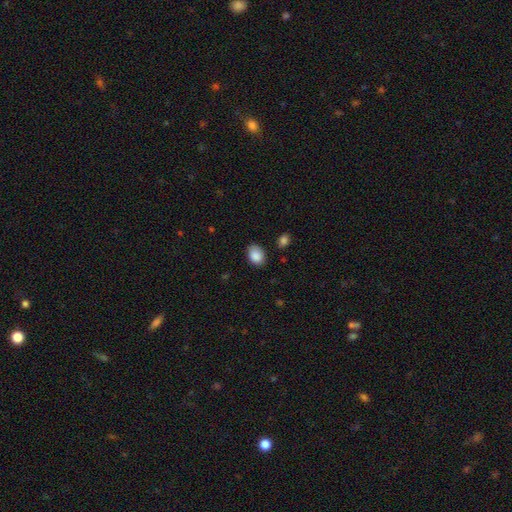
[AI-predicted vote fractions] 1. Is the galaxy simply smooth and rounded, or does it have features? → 88% smooth, 8% star or artifact, 4% featured or disk.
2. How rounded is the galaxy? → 73% in between, 26% round, 1% cigar-shaped.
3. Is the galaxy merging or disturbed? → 79% none, 16% minor disturbance, 3% major disturbance, 2% merger.